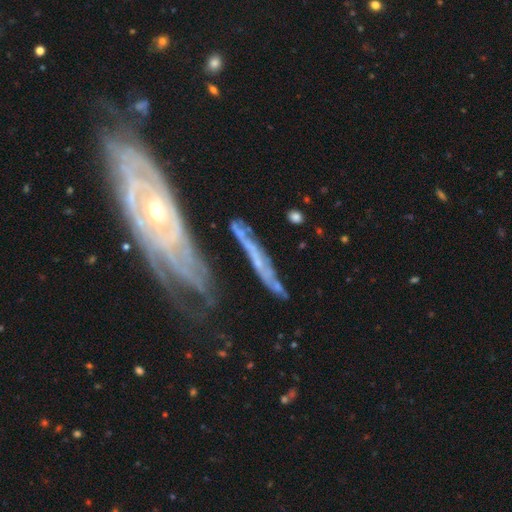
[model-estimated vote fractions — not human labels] This appears to be a featured or disk galaxy (77%) with no bar (65%), spiral arms (86%) and a small central bulge (65%). Merging: none (57%).